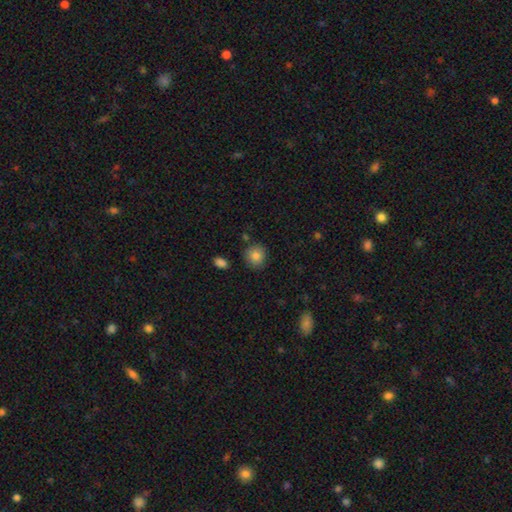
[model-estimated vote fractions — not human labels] smooth-or-featured: smooth: 85% | star or artifact: 9% | featured or disk: 6%
  how-rounded: round: 87% | in between: 12% | cigar-shaped: 1%
  merging: none: 85% | minor disturbance: 9% | merger: 3% | major disturbance: 2%